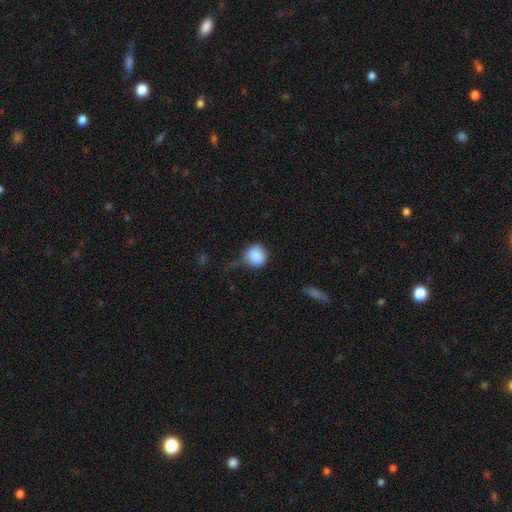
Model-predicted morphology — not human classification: Smooth or featured? smooth (88%)
How rounded? round (89%)
Merging? none (57%)